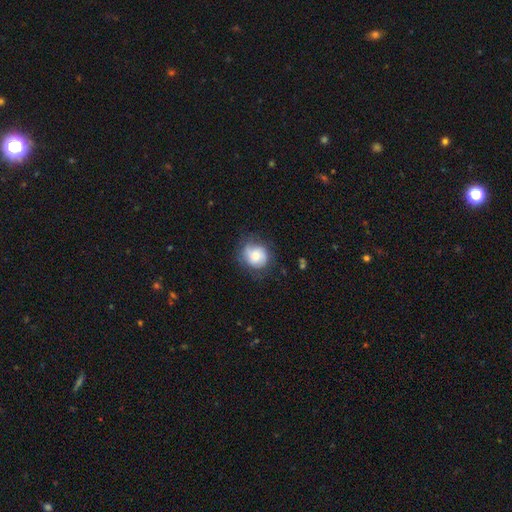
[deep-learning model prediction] Overall: smooth (59%; featured or disk 33%). How rounded: round (78%). Merging: none (64%).